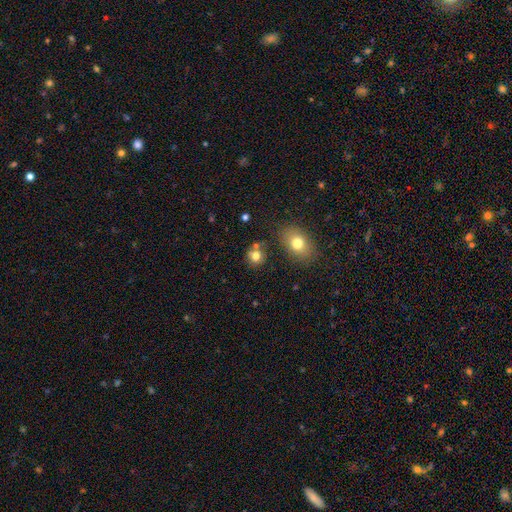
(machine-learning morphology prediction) This is likely a smooth galaxy (76%). How rounded: likely round (79%). Merging: likely none (69%).